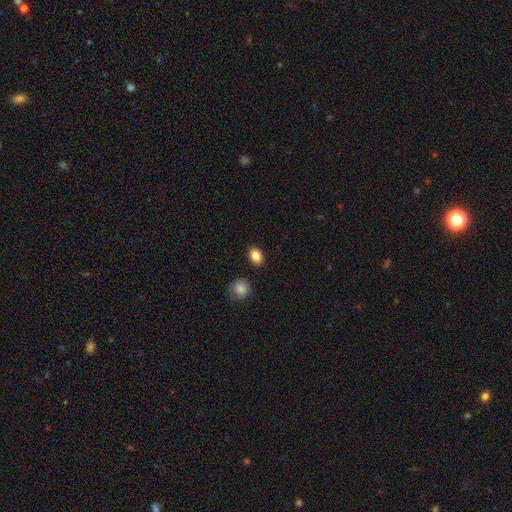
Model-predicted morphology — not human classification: A smooth galaxy with no disk features (85%) that is in between round and cigar-shaped (71%). Merging: none (87%).